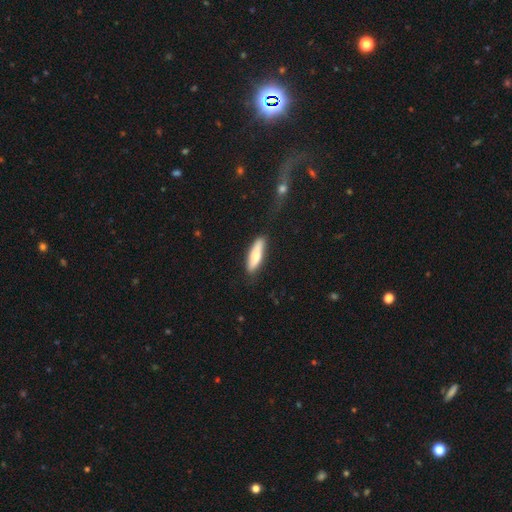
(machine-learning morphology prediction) Smooth or featured? smooth (69%)
How rounded? cigar-shaped (64%)
Merging? none (80%)